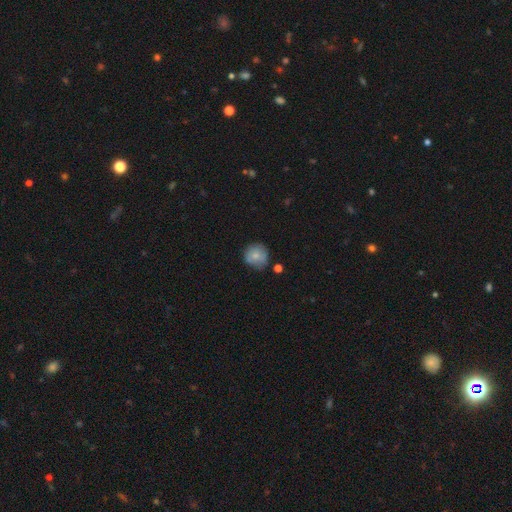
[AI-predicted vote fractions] Morphology: type=smooth (73%); roundness=round (89%); merging=none (69%).